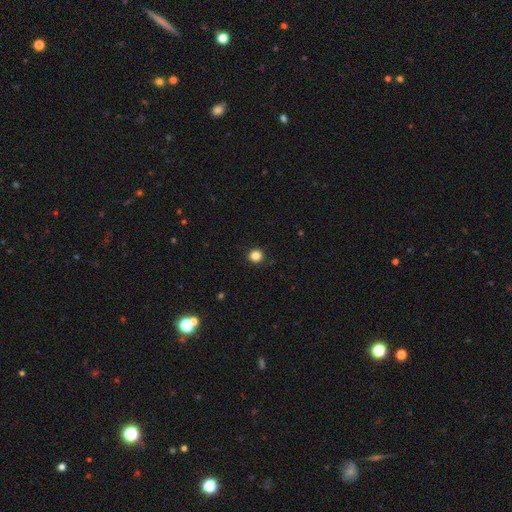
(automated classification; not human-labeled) Smooth or featured?
  - smooth: 84% *
  - star or artifact: 12%
  - featured or disk: 4%
How rounded?
  - round: 94% *
  - in between: 5%
  - cigar-shaped: 1%
Merging?
  - none: 93% *
  - minor disturbance: 5%
  - major disturbance: 2%
  - merger: 1%